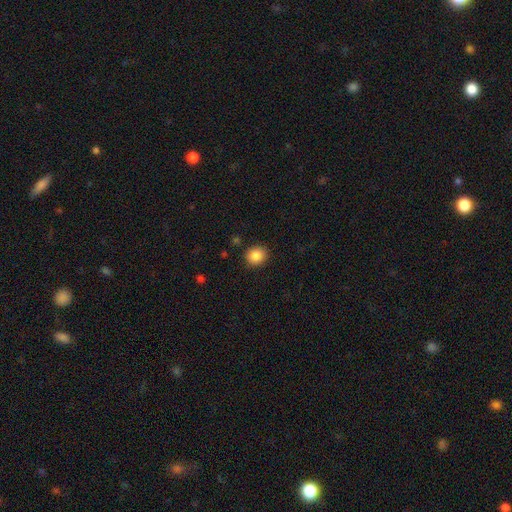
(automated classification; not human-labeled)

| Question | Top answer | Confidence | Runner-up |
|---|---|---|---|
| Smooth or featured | smooth | 86% | star or artifact (9%) |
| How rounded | round | 76% | in between (23%) |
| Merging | none | 89% | minor disturbance (8%) |